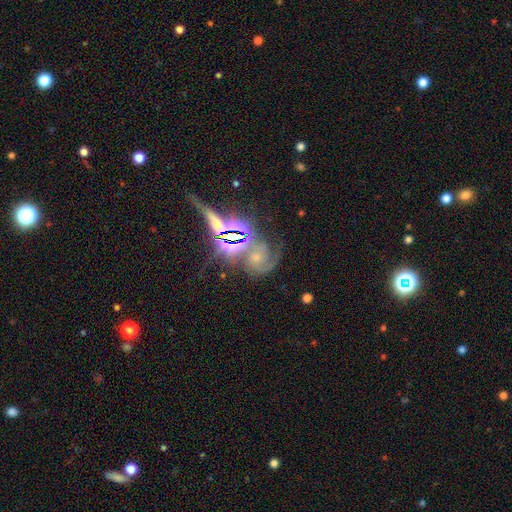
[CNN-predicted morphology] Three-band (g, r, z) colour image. It shows a featured or disk galaxy (50%). Merging: none (56%).